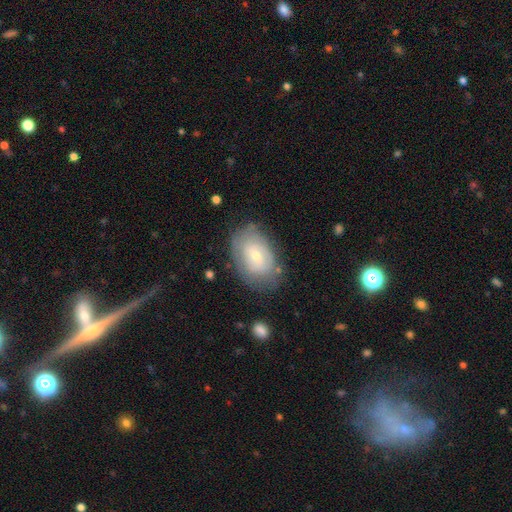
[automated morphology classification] This appears to be a smooth galaxy with no disk features (47%). Merging: none (69%).